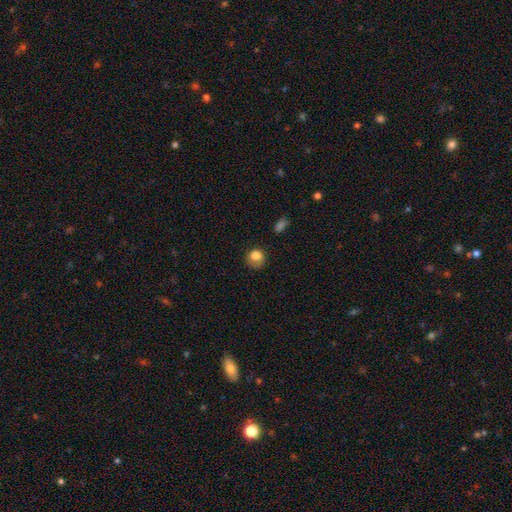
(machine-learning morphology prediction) Q: Smooth or featured?
A: smooth (81%); runner-up: star or artifact (10%)
Q: How rounded?
A: round (74%); runner-up: in between (25%)
Q: Merging?
A: none (51%); runner-up: minor disturbance (30%)